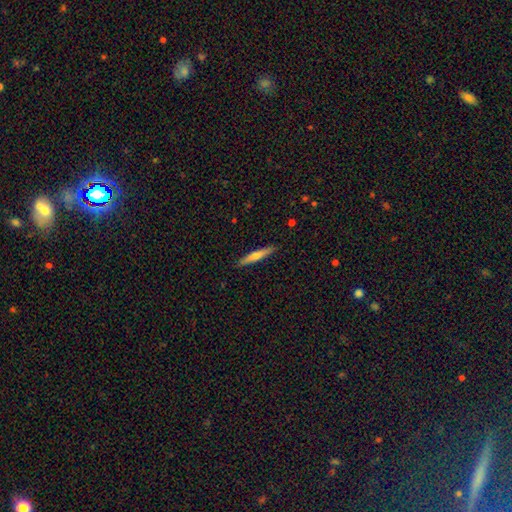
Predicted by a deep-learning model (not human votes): Morphology: type=smooth (59%); roundness=cigar-shaped (93%); merging=none (90%).